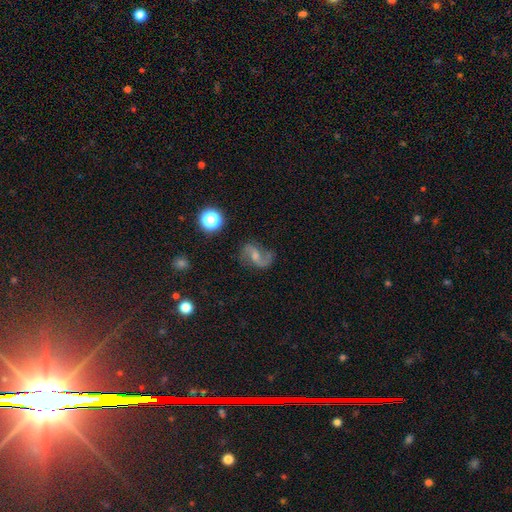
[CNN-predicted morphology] This appears to be a featured or disk galaxy (80%) with a weak bar (49%), 2 (91%) loose (67%) spiral arms (95%) and a moderate central bulge (39%). Merging: none (69%).